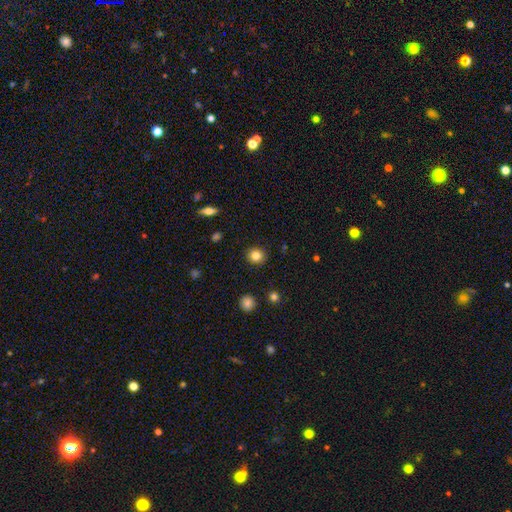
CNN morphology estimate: Smooth or featured? Predicted: smooth (p=0.83). How rounded? Predicted: round (p=0.88). Merging? Predicted: none (p=0.91).